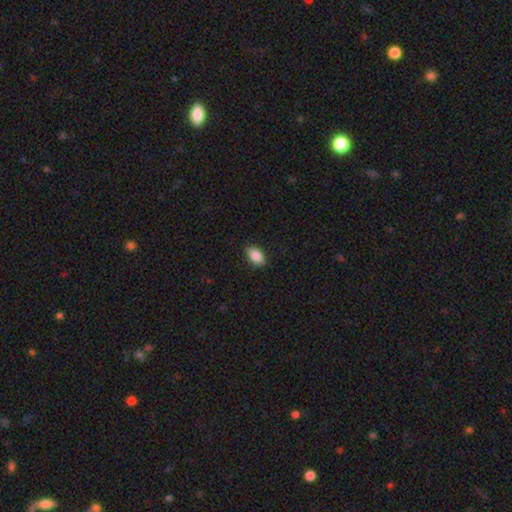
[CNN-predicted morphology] A smooth galaxy with no disk features (86%) that is in between round and cigar-shaped (91%). Merging: none (88%).